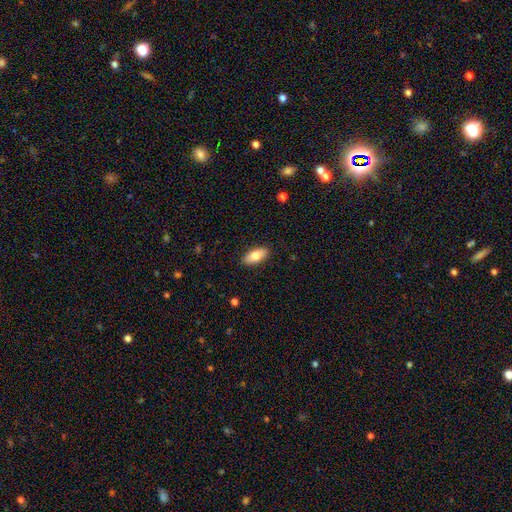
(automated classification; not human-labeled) Smooth or featured?
  - smooth: 78% *
  - featured or disk: 16%
  - star or artifact: 6%
How rounded?
  - in between: 87% *
  - cigar-shaped: 11%
  - round: 2%
Merging?
  - none: 88% *
  - minor disturbance: 9%
  - major disturbance: 2%
  - merger: 1%